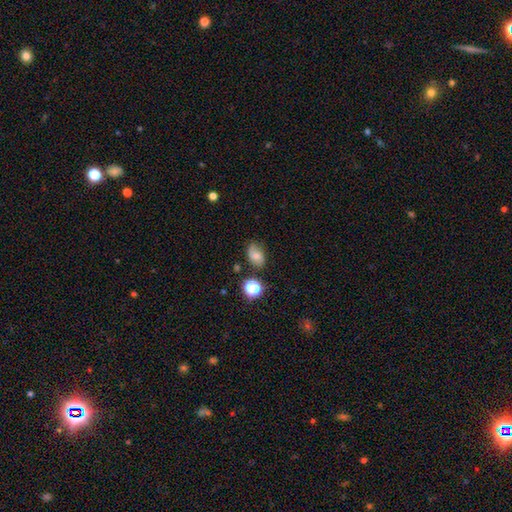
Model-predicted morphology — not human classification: A smooth galaxy with no disk features (60%) that is in between round and cigar-shaped (77%). Merging: none (67%).